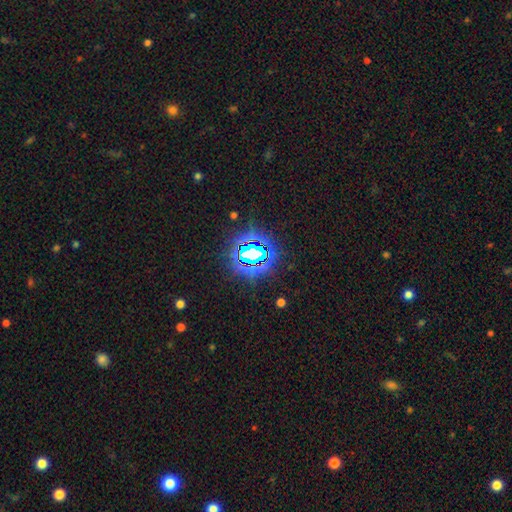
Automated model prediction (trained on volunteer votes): Smooth or featured?
  - star or artifact: 78% *
  - smooth: 14%
  - featured or disk: 8%